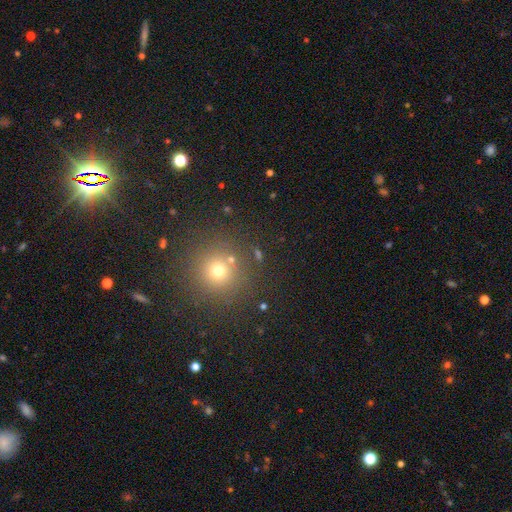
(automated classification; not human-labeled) This is possibly a smooth galaxy (58%). How rounded: clearly round (94%). Merging: clearly none (84%).